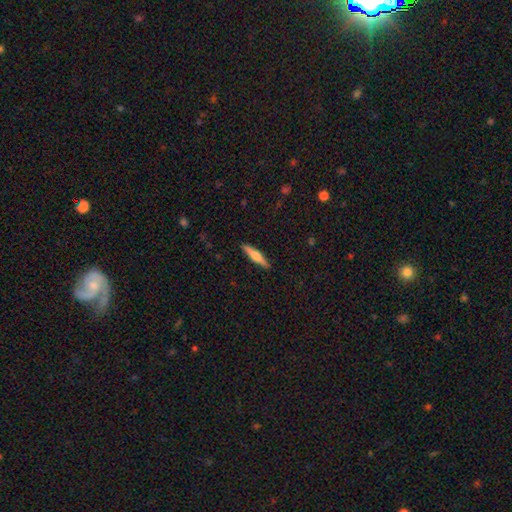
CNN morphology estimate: Overall: featured or disk (49%; smooth 46%). Merging: none (91%).